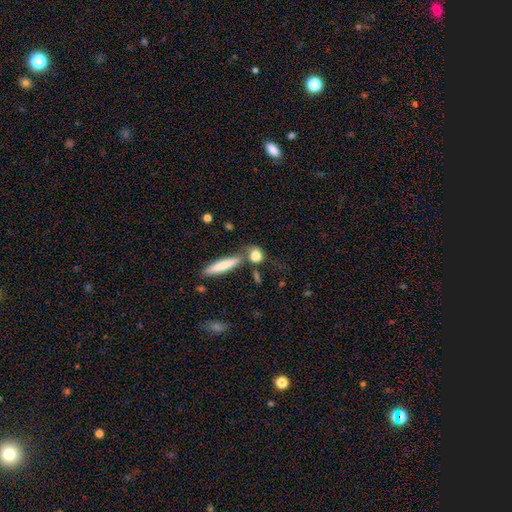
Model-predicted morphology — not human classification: smooth-or-featured: smooth: 78% | featured or disk: 13% | star or artifact: 8%
  how-rounded: round: 50% | in between: 33% | cigar-shaped: 17%
  merging: none: 54% | merger: 23% | minor disturbance: 15% | major disturbance: 7%